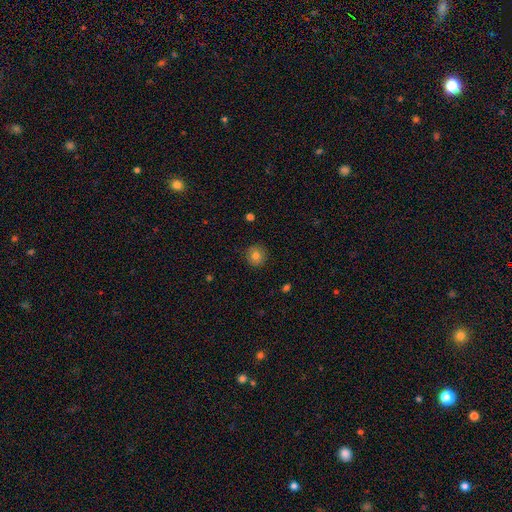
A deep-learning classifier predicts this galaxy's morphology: This appears to be a smooth galaxy with no disk features (80%) that is round (93%). Merging: none (89%).